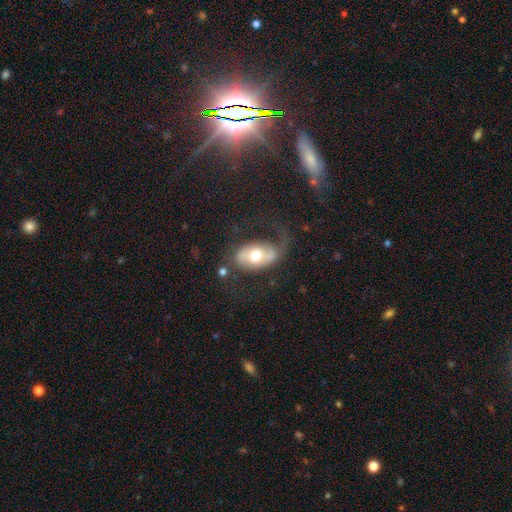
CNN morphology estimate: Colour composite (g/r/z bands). It shows a featured or disk galaxy (58%) with no bar (49%), spiral arms (71%) and a moderate central bulge (73%). Merging: none (52%).